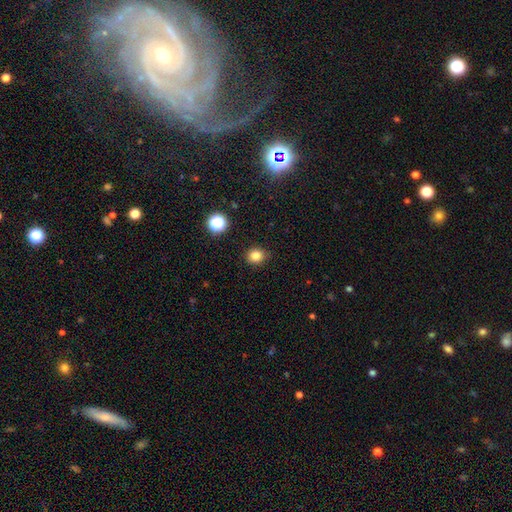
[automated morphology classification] Smooth or featured? Predicted: smooth (p=0.82). How rounded? Predicted: round (p=0.76). Merging? Predicted: none (p=0.87).